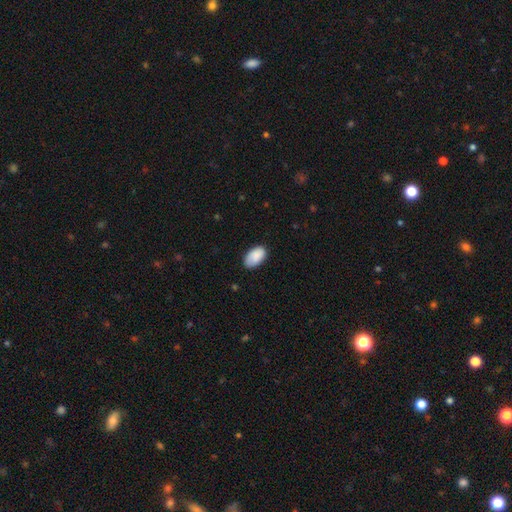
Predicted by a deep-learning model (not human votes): Q: Smooth or featured?
A: smooth (88%); runner-up: star or artifact (6%)
Q: How rounded?
A: in between (95%); runner-up: round (4%)
Q: Merging?
A: none (77%); runner-up: minor disturbance (19%)